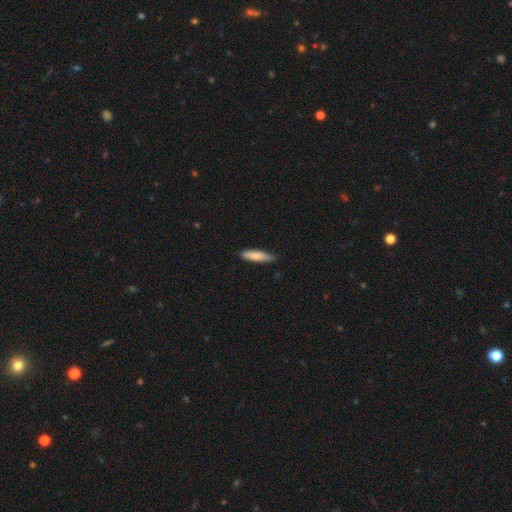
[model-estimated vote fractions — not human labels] smooth 79%, featured or disk 15%, star or artifact 6%. Down the decision tree: how rounded — cigar-shaped (76%); merging — none (79%).